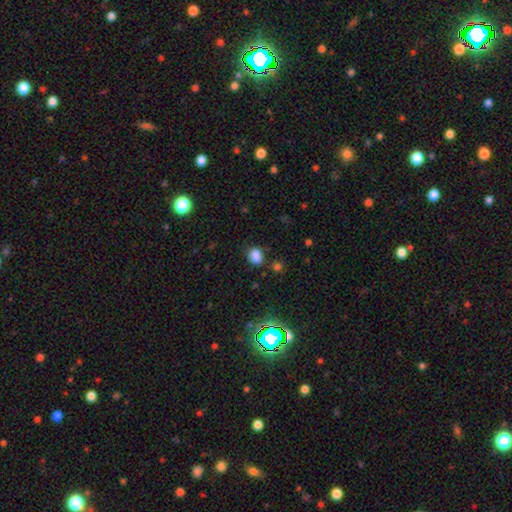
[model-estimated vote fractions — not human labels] This is clearly a smooth galaxy (81%). How rounded: likely in between (65%). Merging: likely none (75%).